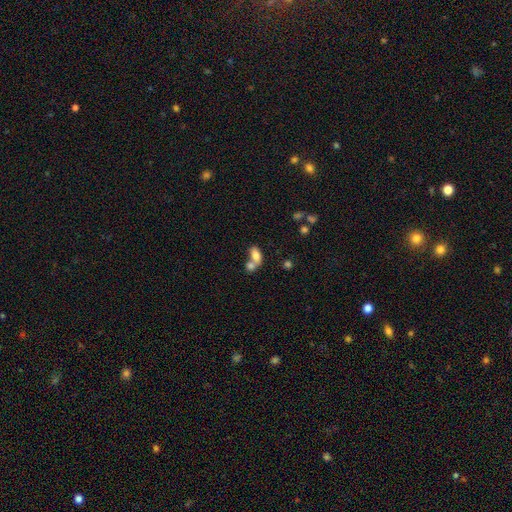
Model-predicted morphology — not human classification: Smooth or featured? smooth (77%)
How rounded? in between (88%)
Merging? merger (64%)